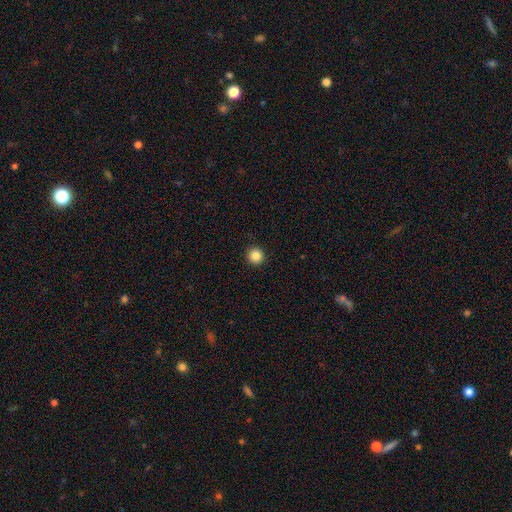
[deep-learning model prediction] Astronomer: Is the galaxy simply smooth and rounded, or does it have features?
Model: smooth — 86%.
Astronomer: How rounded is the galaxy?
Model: round — 95%.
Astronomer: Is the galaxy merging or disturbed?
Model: none — 93%.